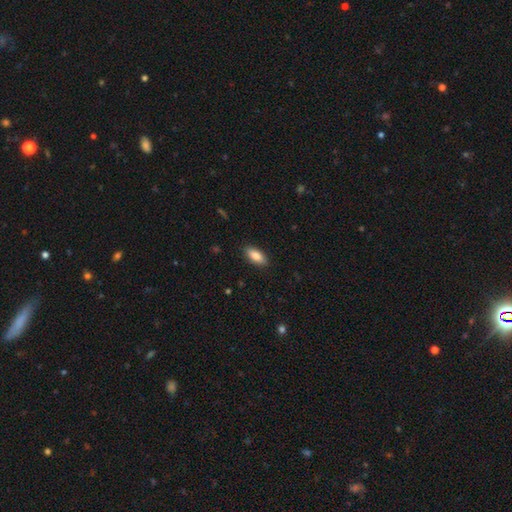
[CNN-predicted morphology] This appears to be a smooth galaxy with no disk features (86%) that is in between round and cigar-shaped (83%). Merging: none (89%).